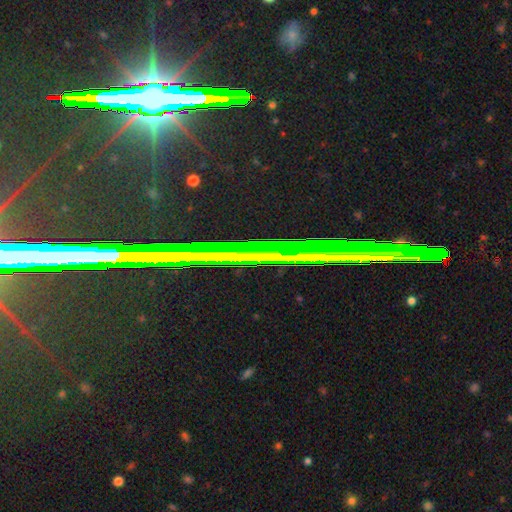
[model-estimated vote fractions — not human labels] This appears to be a star or artifact, not a galaxy (79%).